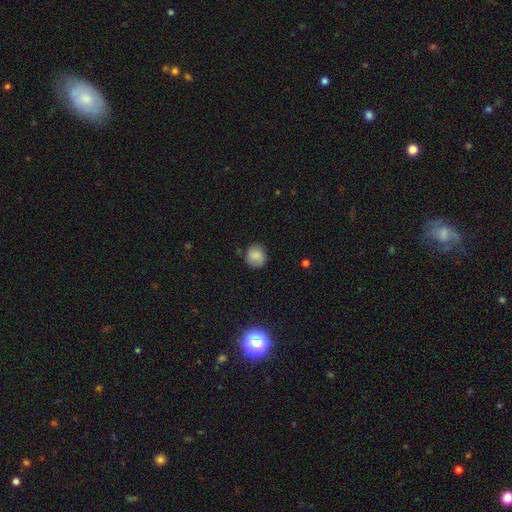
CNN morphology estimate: Overall: smooth (77%). How rounded: round (84%). Merging: none (78%).